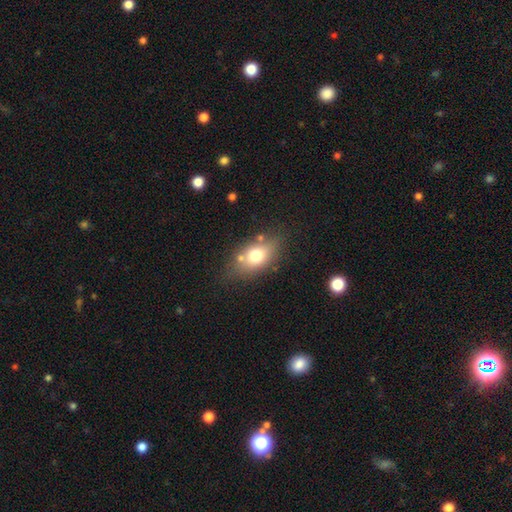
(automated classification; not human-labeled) smooth 70%, featured or disk 20%, star or artifact 10%. Down the decision tree: how rounded — in between (78%); merging — none (71%).